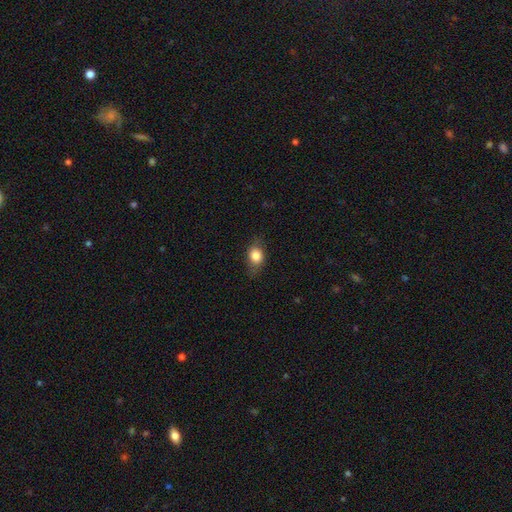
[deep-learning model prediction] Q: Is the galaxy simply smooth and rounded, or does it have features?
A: smooth — 80%.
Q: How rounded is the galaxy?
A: in between — 58%.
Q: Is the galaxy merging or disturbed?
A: none — 73%.